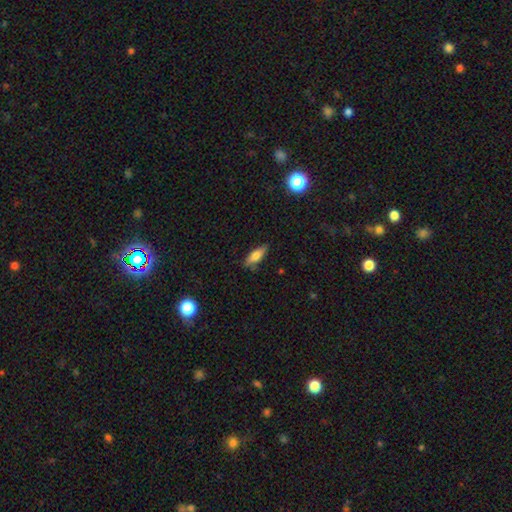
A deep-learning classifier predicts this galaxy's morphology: type=smooth (74%); roundness=in between (58%); merging=none (81%).